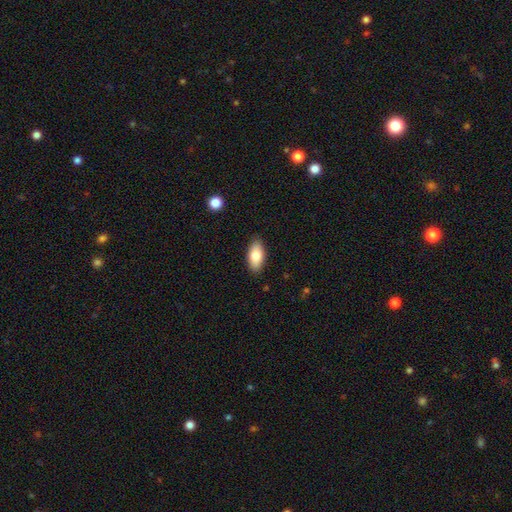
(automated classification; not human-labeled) A smooth galaxy with no disk features (81%) that is in between round and cigar-shaped (91%).

Vote fractions:
- Smooth or featured? smooth: 81% / featured or disk: 13% / star or artifact: 7%
- How rounded? in between: 91% / cigar-shaped: 6% / round: 3%
- Merging? none: 88% / minor disturbance: 9% / major disturbance: 2% / merger: 1%